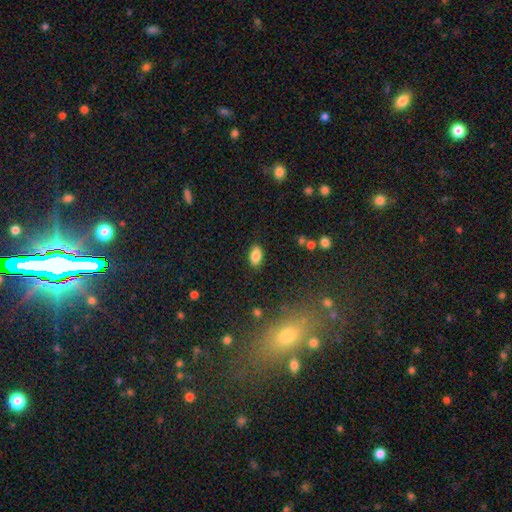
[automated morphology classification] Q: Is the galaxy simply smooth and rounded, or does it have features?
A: smooth — 84%.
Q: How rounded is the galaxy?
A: in between — 92%.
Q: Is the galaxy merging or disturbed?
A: none — 87%.